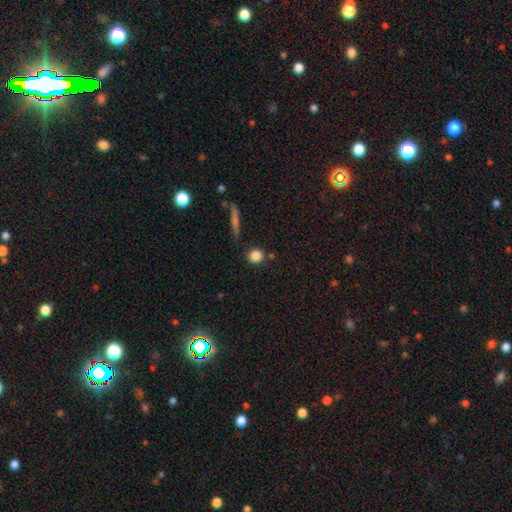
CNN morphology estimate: Smooth or featured? Predicted: smooth (p=0.84). How rounded? Predicted: round (p=0.87). Merging? Predicted: none (p=0.81).